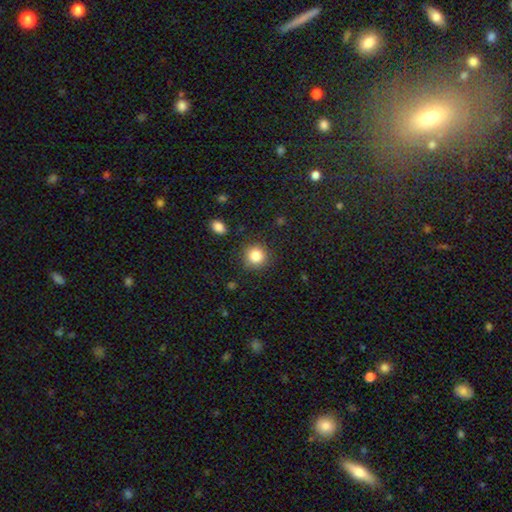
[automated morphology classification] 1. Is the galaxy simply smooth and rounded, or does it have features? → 84% smooth, 10% star or artifact, 6% featured or disk.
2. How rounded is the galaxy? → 92% round, 7% in between, 1% cigar-shaped.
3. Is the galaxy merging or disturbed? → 88% none, 7% minor disturbance, 3% major disturbance, 2% merger.